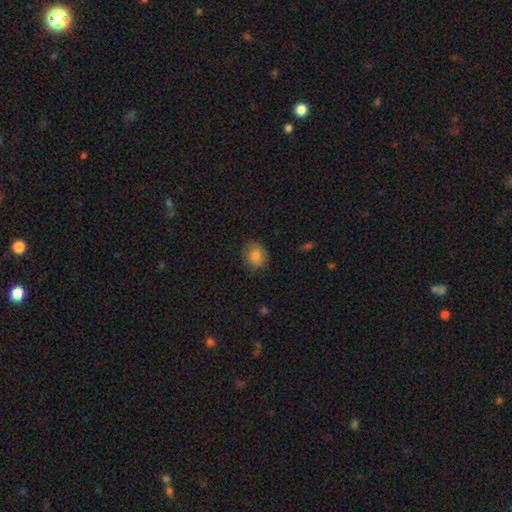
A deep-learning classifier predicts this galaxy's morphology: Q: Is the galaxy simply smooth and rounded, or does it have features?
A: smooth — 82%.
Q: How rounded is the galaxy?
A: round — 59%.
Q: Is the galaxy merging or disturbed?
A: none — 81%.